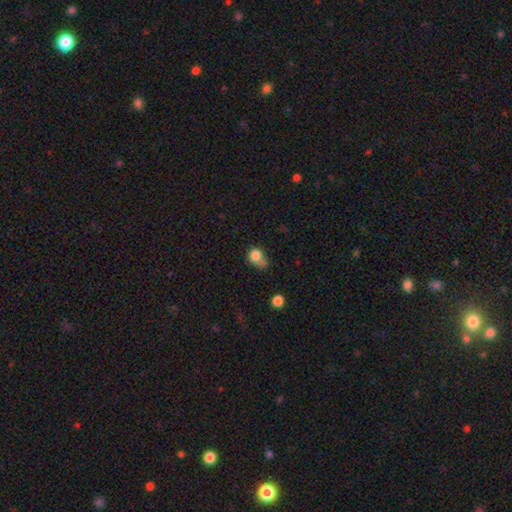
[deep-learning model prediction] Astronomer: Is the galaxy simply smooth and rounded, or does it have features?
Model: smooth — 80%.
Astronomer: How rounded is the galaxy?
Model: round — 62%.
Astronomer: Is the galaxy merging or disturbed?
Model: none — 34% (runner-up: minor disturbance, 29%).